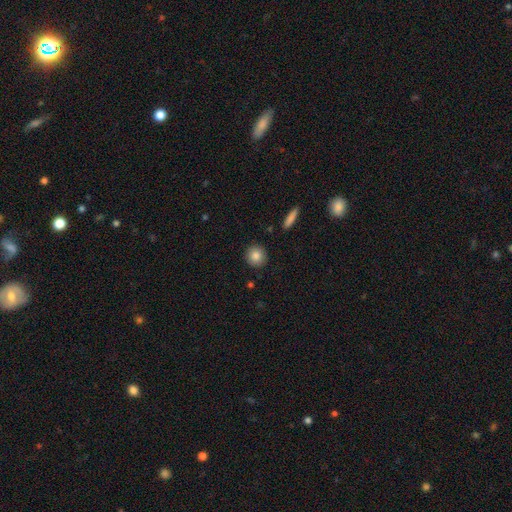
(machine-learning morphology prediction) type=smooth (85%); roundness=round (92%); merging=none (91%).